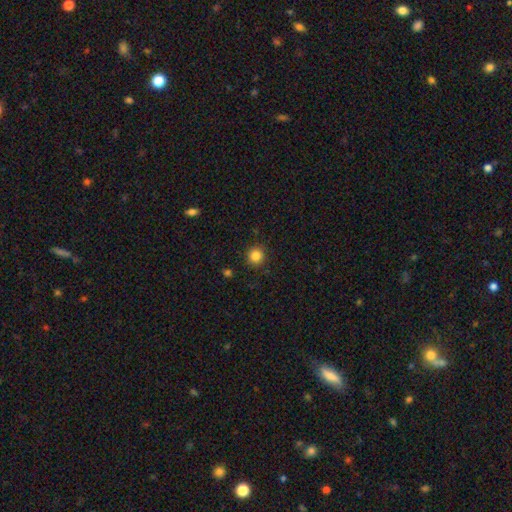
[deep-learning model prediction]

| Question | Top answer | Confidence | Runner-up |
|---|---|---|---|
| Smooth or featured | smooth | 85% | star or artifact (11%) |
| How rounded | round | 93% | in between (6%) |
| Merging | none | 90% | minor disturbance (6%) |